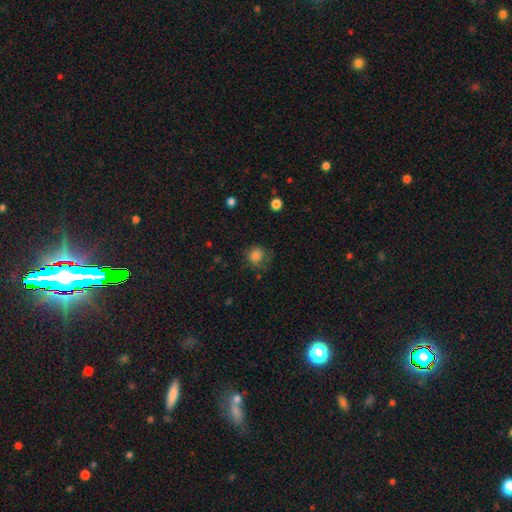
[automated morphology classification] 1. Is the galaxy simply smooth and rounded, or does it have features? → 81% smooth, 10% star or artifact, 8% featured or disk.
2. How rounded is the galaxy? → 80% round, 20% in between, 1% cigar-shaped.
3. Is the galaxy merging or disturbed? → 63% none, 23% minor disturbance, 13% major disturbance, 2% merger.